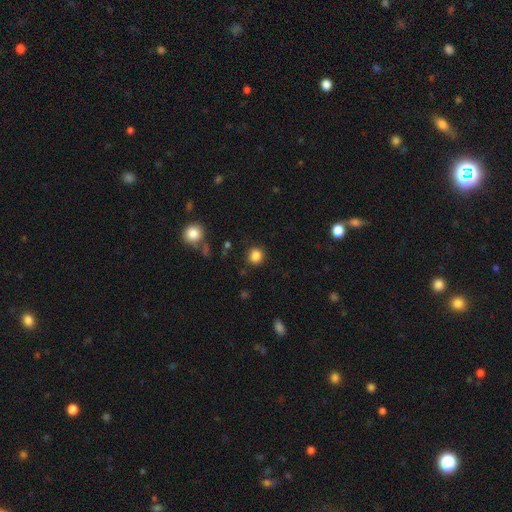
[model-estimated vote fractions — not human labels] A smooth galaxy with no disk features (85%) that is round (89%).

Vote fractions:
- Smooth or featured? smooth: 85% / star or artifact: 11% / featured or disk: 4%
- How rounded? round: 89% / in between: 10% / cigar-shaped: 1%
- Merging? none: 88% / minor disturbance: 7% / major disturbance: 3% / merger: 2%